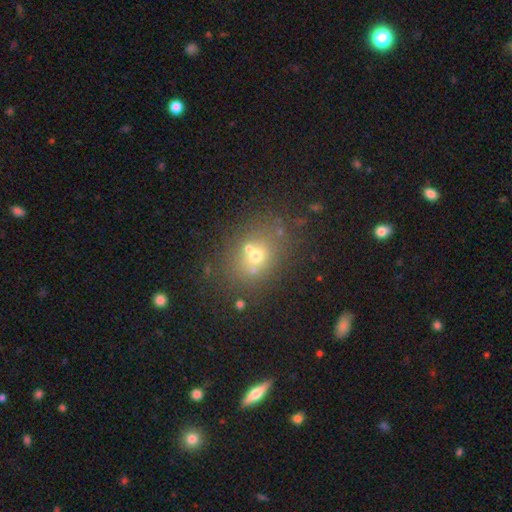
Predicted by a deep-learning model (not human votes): smooth 58%, featured or disk 21%, star or artifact 21%. Down the decision tree: how rounded — round (58%); merging — none (60%).